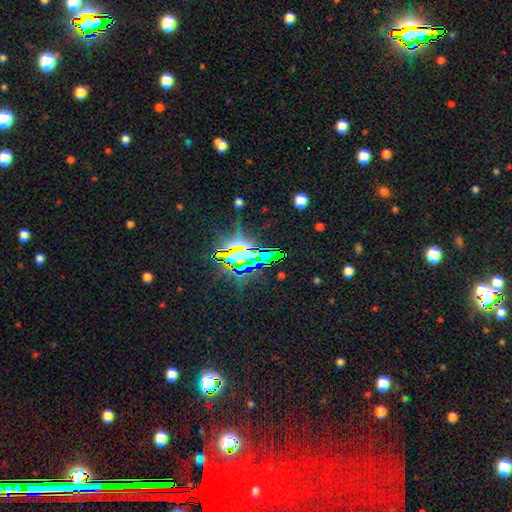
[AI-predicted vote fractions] Smooth or featured: star or artifact — 79% (smooth — 11%)